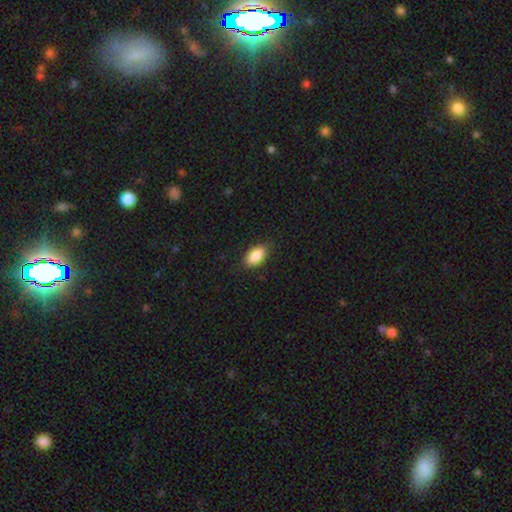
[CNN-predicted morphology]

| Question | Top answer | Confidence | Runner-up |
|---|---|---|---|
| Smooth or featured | smooth | 88% | star or artifact (7%) |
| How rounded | in between | 92% | round (4%) |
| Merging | none | 87% | minor disturbance (10%) |